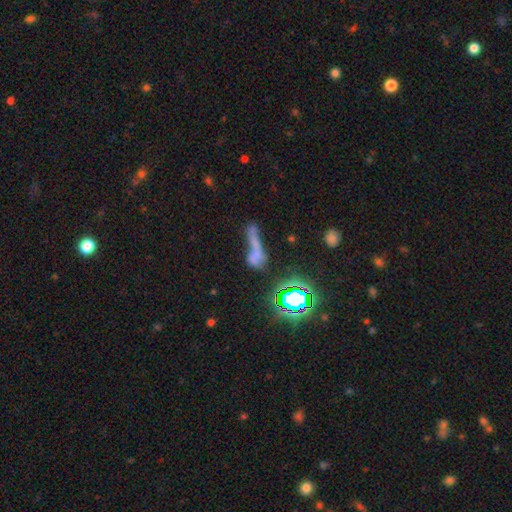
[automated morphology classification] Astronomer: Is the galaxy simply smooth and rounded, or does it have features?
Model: smooth — 46% (runner-up: featured or disk, 28%).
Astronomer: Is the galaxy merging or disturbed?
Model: merger — 42% (runner-up: none, 24%).